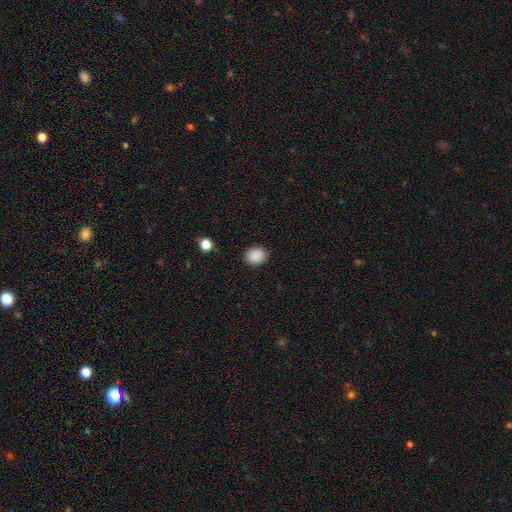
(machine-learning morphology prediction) smooth_or_featured: smooth (p=0.88) [alt: star or artifact p=0.09]
how_rounded: round (p=0.66) [alt: in between p=0.33]
merging: none (p=0.89) [alt: minor disturbance p=0.08]